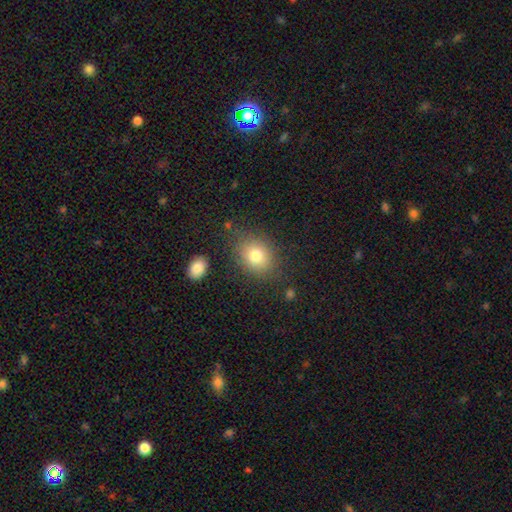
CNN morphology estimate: Smooth or featured: smooth — 79% (star or artifact — 11%)
How rounded: round — 55% (in between — 44%)
Merging: none — 79% (minor disturbance — 13%)